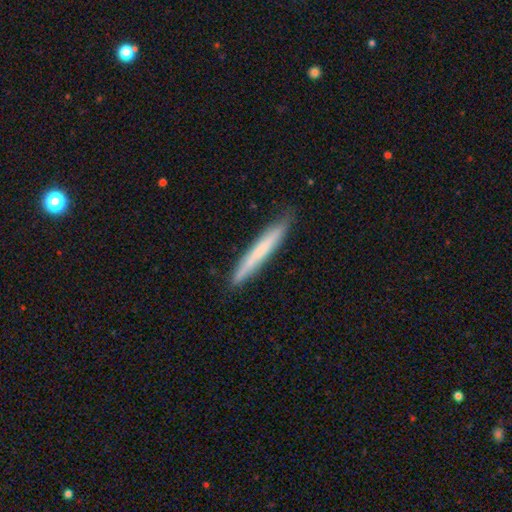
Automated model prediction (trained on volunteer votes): This appears to be a smooth galaxy with no disk features (64%) that is cigar-shaped (97%). Merging: none (89%).